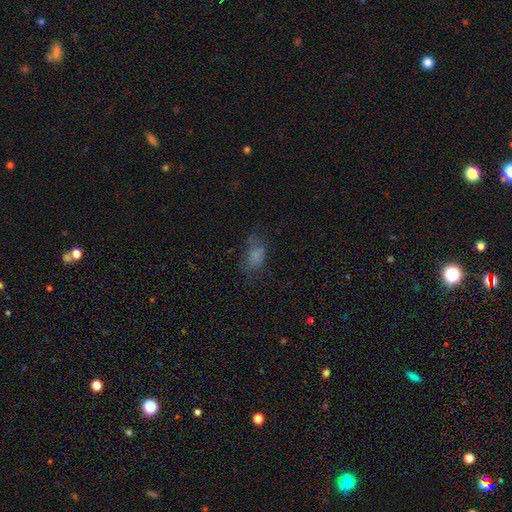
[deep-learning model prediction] Smooth or featured?
  - smooth: 71% *
  - star or artifact: 15%
  - featured or disk: 14%
How rounded?
  - in between: 87% *
  - round: 9%
  - cigar-shaped: 4%
Merging?
  - none: 46% *
  - minor disturbance: 27%
  - major disturbance: 25%
  - merger: 3%